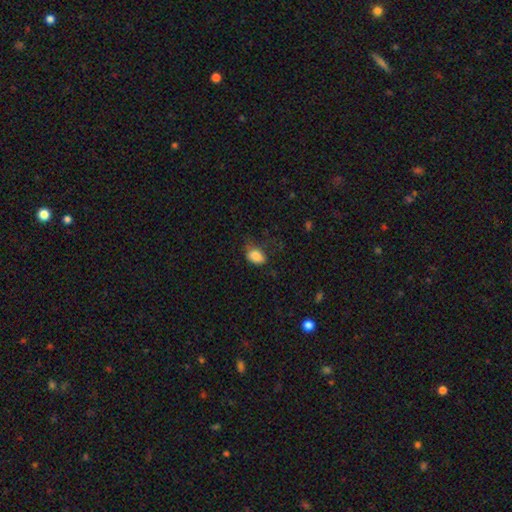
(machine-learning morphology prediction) smooth 85%, star or artifact 9%, featured or disk 6%. Down the decision tree: how rounded — in between (83%); merging — none (50%).